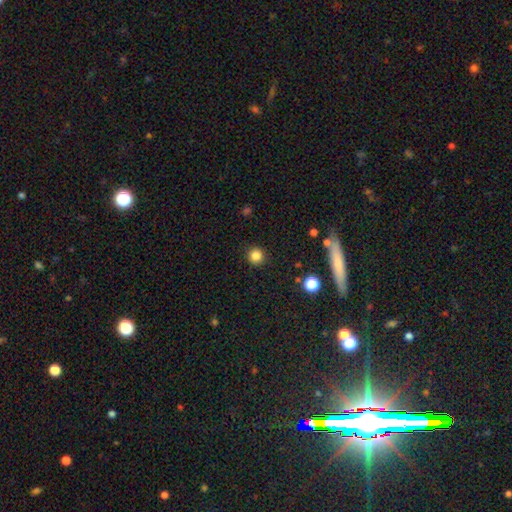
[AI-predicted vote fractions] smooth_or_featured: smooth (p=0.83) [alt: star or artifact p=0.13]
how_rounded: round (p=0.94) [alt: in between p=0.05]
merging: none (p=0.91) [alt: minor disturbance p=0.05]